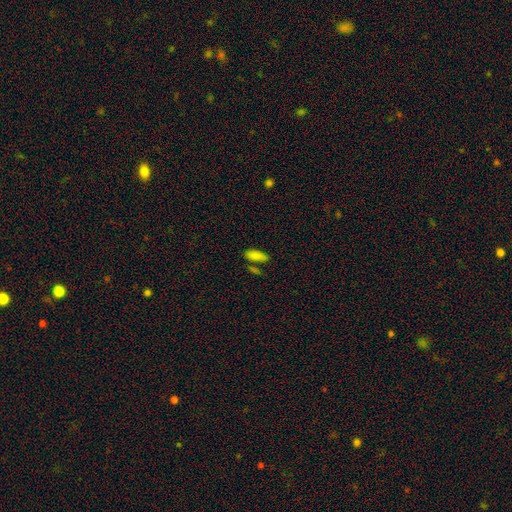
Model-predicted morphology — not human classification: Smooth or featured? smooth (82%)
How rounded? in between (74%)
Merging? none (66%)